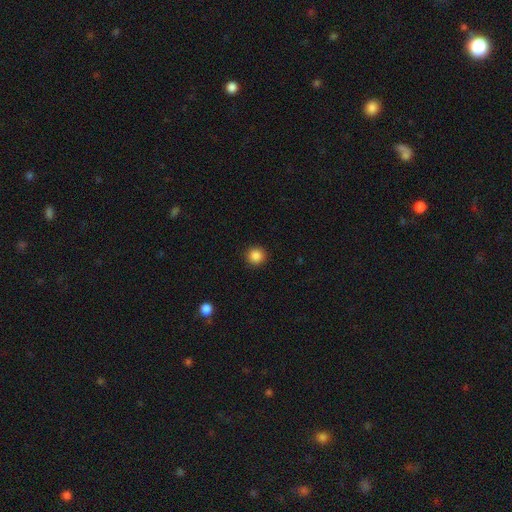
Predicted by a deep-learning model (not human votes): Q: Smooth or featured?
A: smooth (87%); runner-up: star or artifact (10%)
Q: How rounded?
A: round (94%); runner-up: in between (5%)
Q: Merging?
A: none (92%); runner-up: minor disturbance (5%)